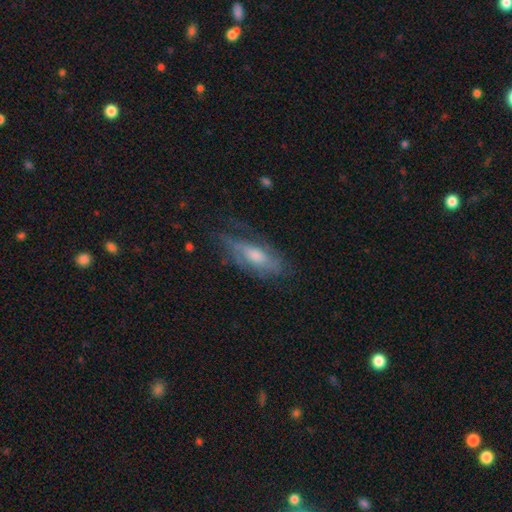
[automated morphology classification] Smooth or featured? featured or disk (57%)
Edge-on disk? no (78%)
Merging? none (53%)